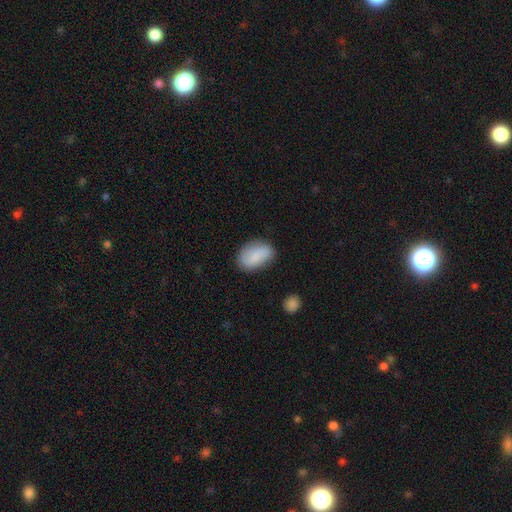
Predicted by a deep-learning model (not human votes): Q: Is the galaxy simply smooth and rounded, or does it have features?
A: smooth — 77%.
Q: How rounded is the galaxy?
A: in between — 88%.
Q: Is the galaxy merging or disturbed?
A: none — 76%.